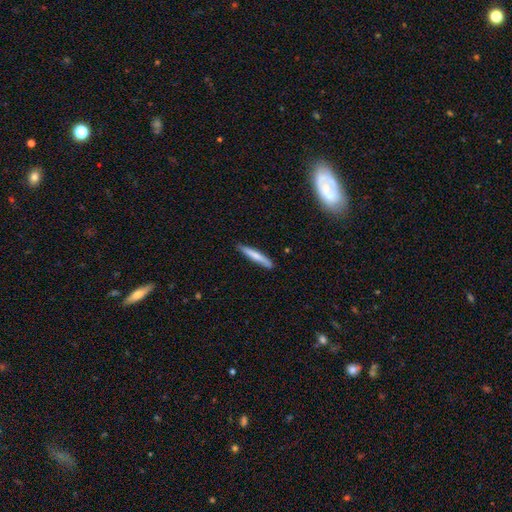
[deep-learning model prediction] Smooth or featured? smooth (68%)
How rounded? cigar-shaped (93%)
Merging? none (86%)